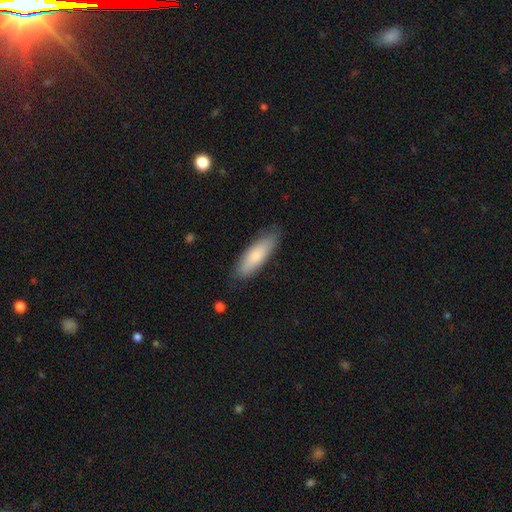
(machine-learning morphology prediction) Q: Smooth or featured?
A: smooth (80%); runner-up: featured or disk (14%)
Q: How rounded?
A: cigar-shaped (50%); runner-up: in between (48%)
Q: Merging?
A: none (81%); runner-up: minor disturbance (15%)